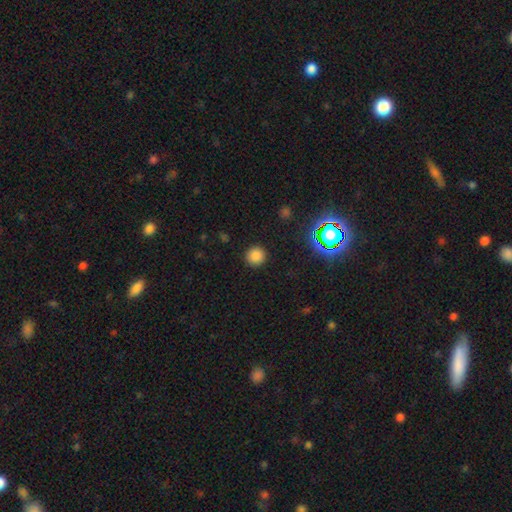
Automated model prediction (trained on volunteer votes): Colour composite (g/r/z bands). It shows a smooth galaxy with no disk features (81%) that is round (94%). Merging: none (91%).